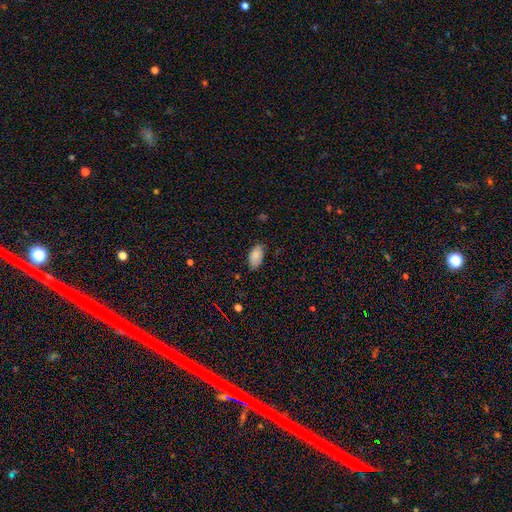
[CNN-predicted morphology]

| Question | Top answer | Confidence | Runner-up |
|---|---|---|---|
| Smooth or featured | smooth | 86% | star or artifact (8%) |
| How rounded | in between | 94% | round (3%) |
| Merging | none | 78% | minor disturbance (18%) |